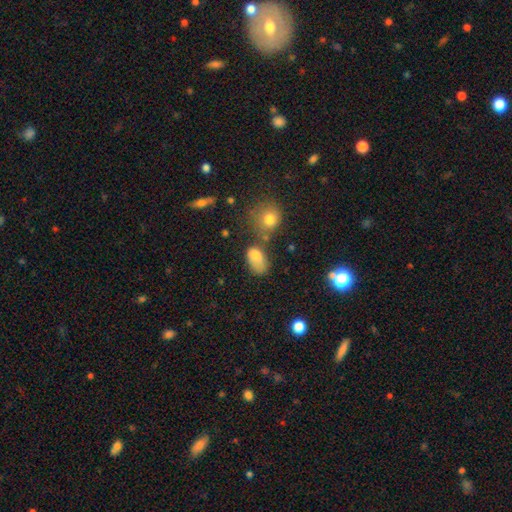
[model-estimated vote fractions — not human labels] A smooth galaxy with no disk features (77%) that is in between round and cigar-shaped (86%).

Vote fractions:
- Smooth or featured? smooth: 77% / star or artifact: 12% / featured or disk: 11%
- How rounded? in between: 86% / round: 12% / cigar-shaped: 2%
- Merging? none: 42% / minor disturbance: 28% / merger: 17% / major disturbance: 14%